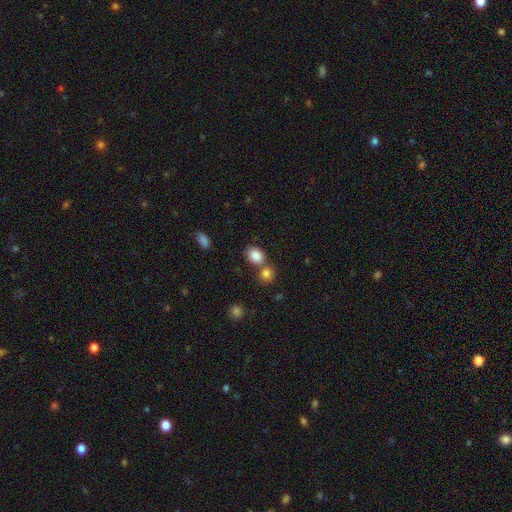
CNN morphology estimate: Smooth or featured? smooth (85%)
How rounded? in between (60%)
Merging? none (51%)